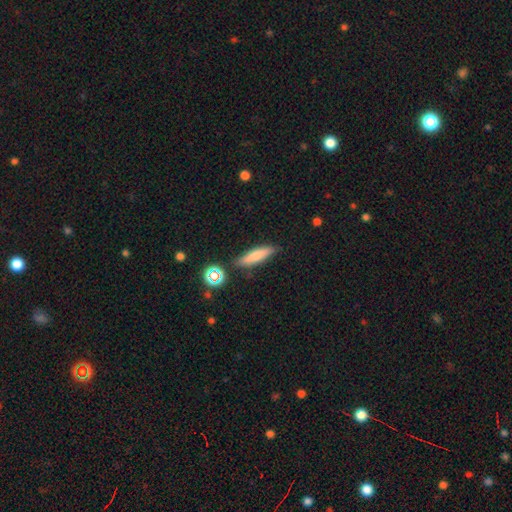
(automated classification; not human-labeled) Smooth or featured?
  - smooth: 74% *
  - featured or disk: 17%
  - star or artifact: 9%
How rounded?
  - cigar-shaped: 75% *
  - in between: 23%
  - round: 2%
Merging?
  - none: 83% *
  - minor disturbance: 11%
  - merger: 3%
  - major disturbance: 3%